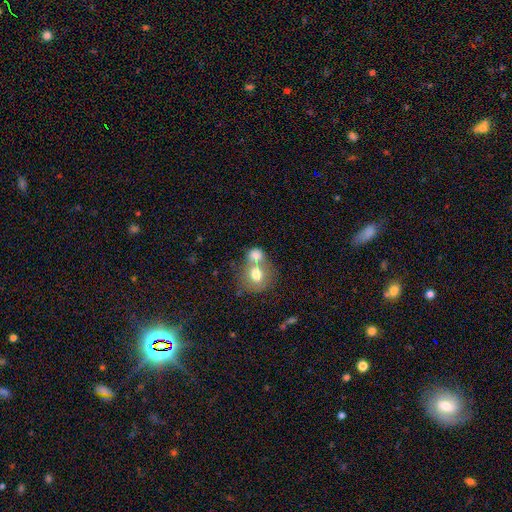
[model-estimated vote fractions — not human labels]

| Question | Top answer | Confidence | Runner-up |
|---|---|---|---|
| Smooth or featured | smooth | 73% | featured or disk (18%) |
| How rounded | round | 65% | in between (34%) |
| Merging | merger | 62% | none (26%) |